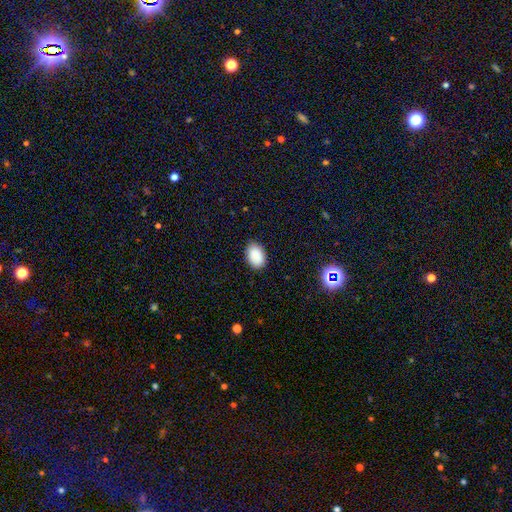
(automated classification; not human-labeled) A smooth galaxy with no disk features (90%) that is in between round and cigar-shaped (89%). Merging: none (84%).